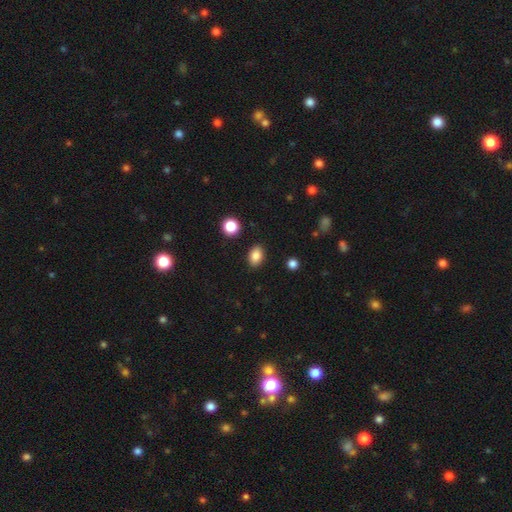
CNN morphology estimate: Smooth or featured: smooth — 86% (star or artifact — 9%)
How rounded: in between — 81% (round — 17%)
Merging: none — 88% (minor disturbance — 8%)